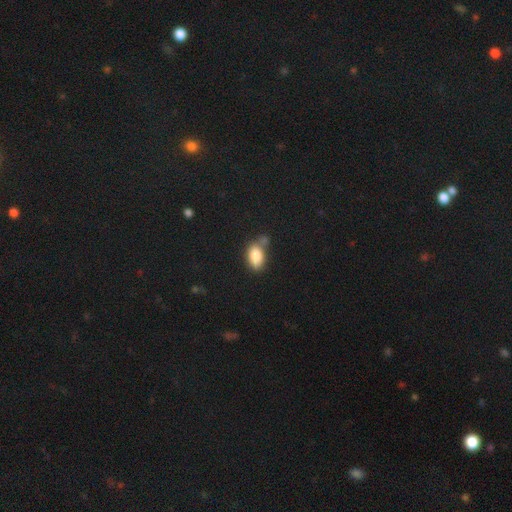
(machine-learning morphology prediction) Smooth or featured?
  - smooth: 84% *
  - featured or disk: 8%
  - star or artifact: 8%
How rounded?
  - in between: 89% *
  - round: 8%
  - cigar-shaped: 2%
Merging?
  - none: 54% *
  - merger: 21%
  - minor disturbance: 20%
  - major disturbance: 6%